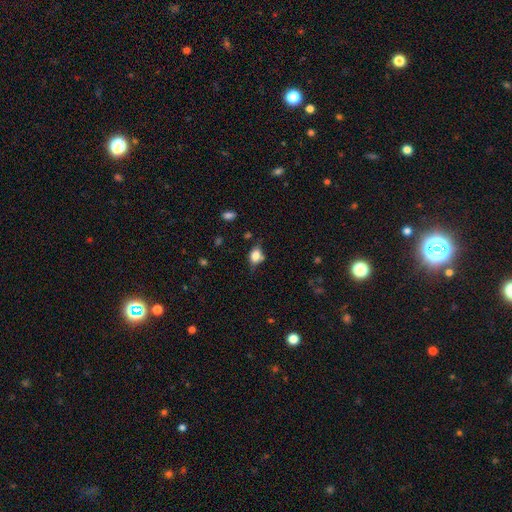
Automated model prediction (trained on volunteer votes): A smooth galaxy with no disk features (72%) that is in between round and cigar-shaped (67%).

Vote fractions:
- Smooth or featured? smooth: 72% / featured or disk: 18% / star or artifact: 10%
- How rounded? in between: 67% / round: 29% / cigar-shaped: 4%
- Merging? none: 58% / minor disturbance: 26% / major disturbance: 8% / merger: 7%